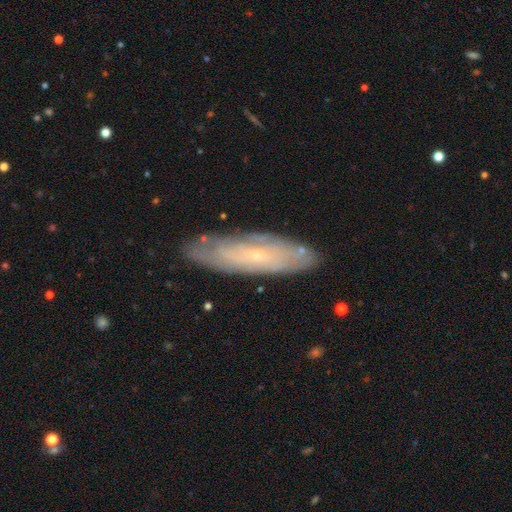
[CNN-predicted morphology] Smooth or featured: featured or disk — 64% (smooth — 29%)
Edge-on disk: no — 70% (yes — 30%)
Merging: none — 83% (minor disturbance — 13%)